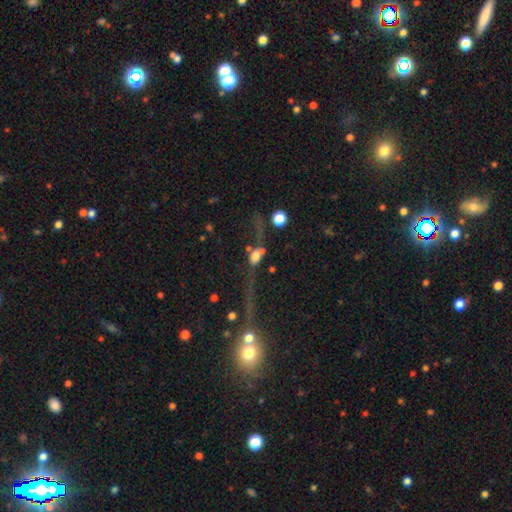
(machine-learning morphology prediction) This appears to be a smooth galaxy with no disk features (45%). Merging: none (32%).